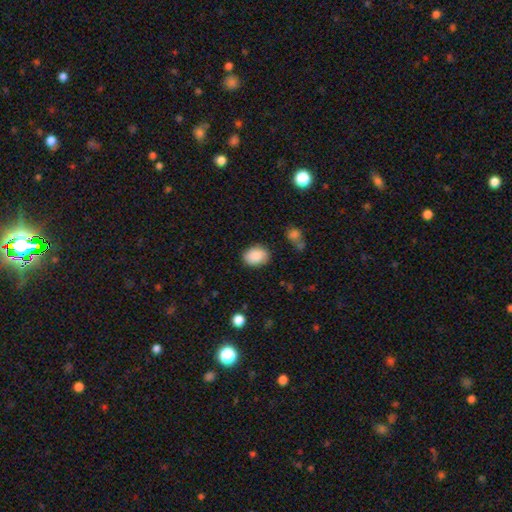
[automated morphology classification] Smooth or featured?
  - smooth: 88% *
  - star or artifact: 7%
  - featured or disk: 4%
How rounded?
  - in between: 72% *
  - round: 27%
  - cigar-shaped: 1%
Merging?
  - none: 84% *
  - minor disturbance: 11%
  - major disturbance: 3%
  - merger: 2%